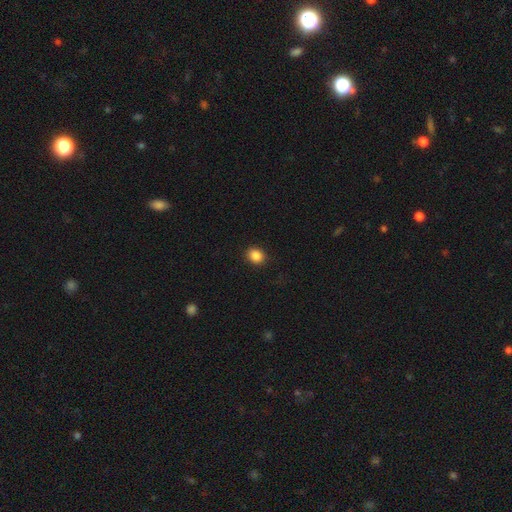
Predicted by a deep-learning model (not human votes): smooth_or_featured: smooth (p=0.87) [alt: star or artifact p=0.10]
how_rounded: round (p=0.65) [alt: in between p=0.34]
merging: none (p=0.89) [alt: minor disturbance p=0.08]